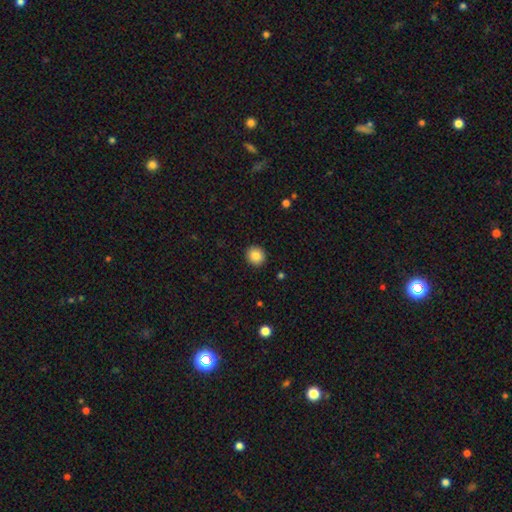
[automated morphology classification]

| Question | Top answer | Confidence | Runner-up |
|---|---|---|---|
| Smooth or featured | smooth | 87% | star or artifact (9%) |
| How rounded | round | 87% | in between (12%) |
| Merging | none | 92% | minor disturbance (5%) |